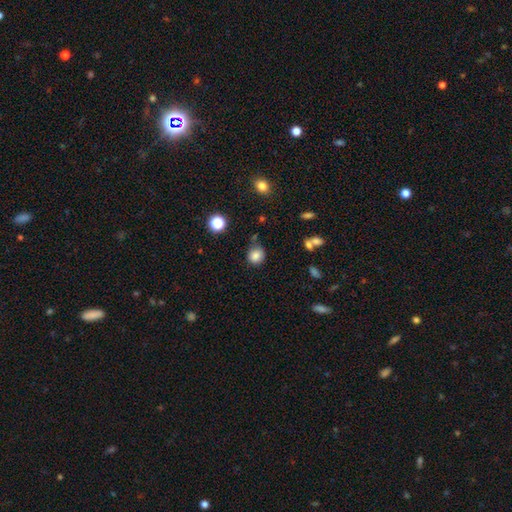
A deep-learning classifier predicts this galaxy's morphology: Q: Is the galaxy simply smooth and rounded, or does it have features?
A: smooth — 83%.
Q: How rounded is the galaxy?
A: round — 85%.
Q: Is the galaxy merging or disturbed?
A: none — 76%.